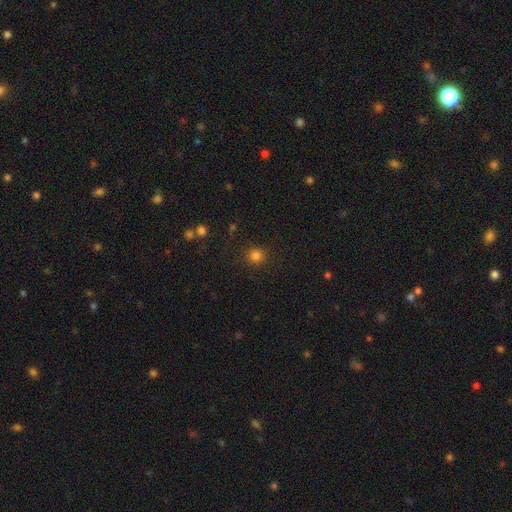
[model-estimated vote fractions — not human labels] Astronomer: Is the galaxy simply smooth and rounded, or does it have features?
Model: smooth — 82%.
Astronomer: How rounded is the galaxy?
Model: round — 92%.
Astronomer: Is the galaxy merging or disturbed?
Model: none — 88%.